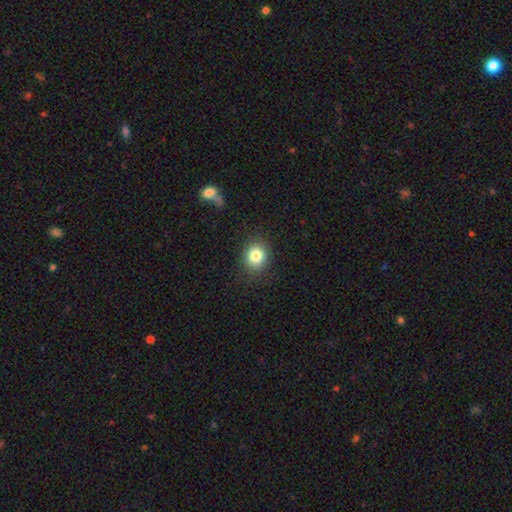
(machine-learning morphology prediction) A smooth galaxy with no disk features (82%) that is round (71%). Merging: none (87%).